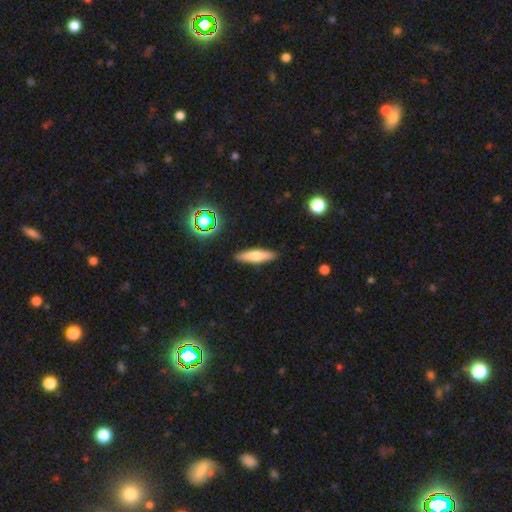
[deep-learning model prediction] Smooth or featured? smooth (62%)
How rounded? cigar-shaped (67%)
Merging? none (89%)